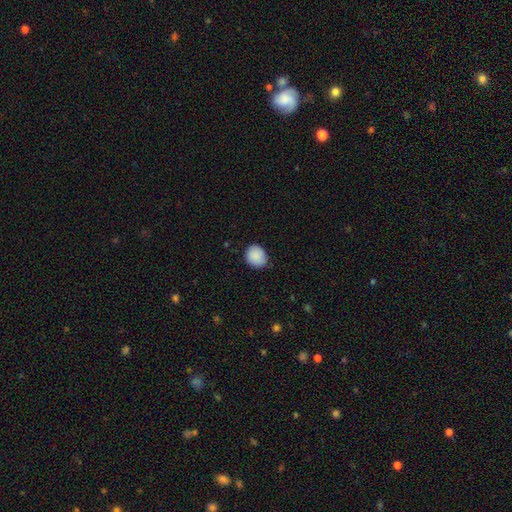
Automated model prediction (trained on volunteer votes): Morphology: type=smooth (89%); roundness=round (72%); merging=none (76%).